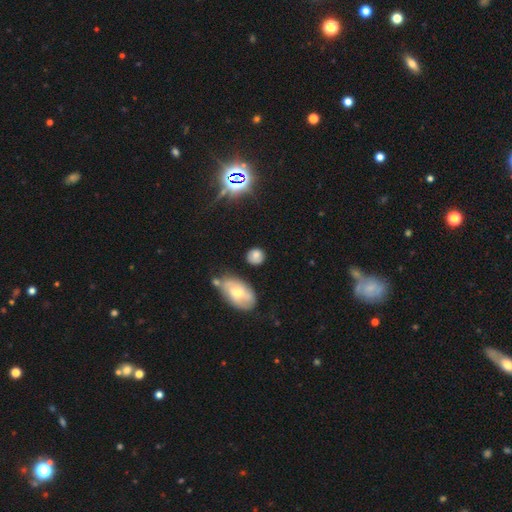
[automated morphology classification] Smooth or featured: smooth — 74% (featured or disk — 14%)
How rounded: round — 74% (in between — 24%)
Merging: none — 73% (minor disturbance — 16%)